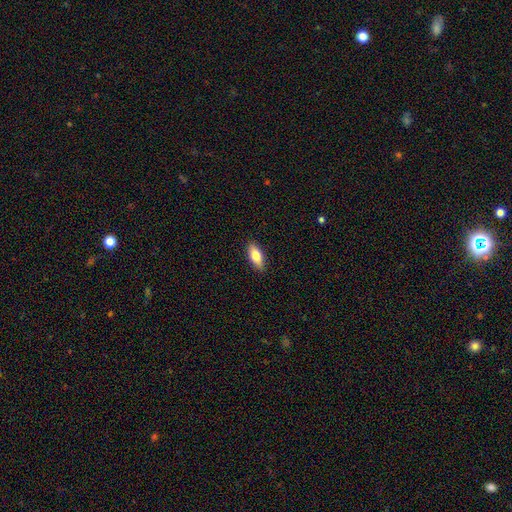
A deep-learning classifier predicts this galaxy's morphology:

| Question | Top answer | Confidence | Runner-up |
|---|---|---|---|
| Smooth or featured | smooth | 76% | featured or disk (17%) |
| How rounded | in between | 77% | cigar-shaped (20%) |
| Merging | none | 88% | minor disturbance (9%) |